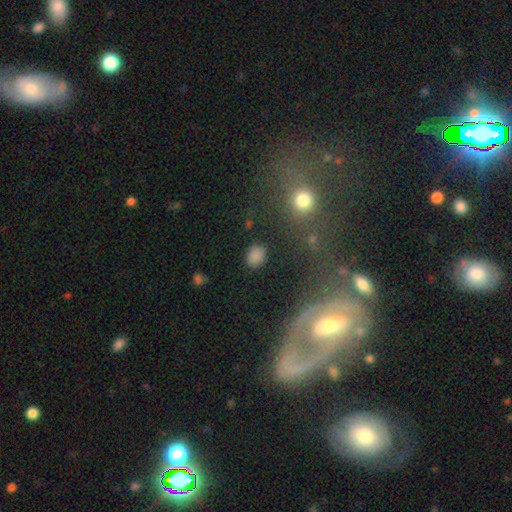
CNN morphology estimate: Smooth or featured? Predicted: smooth (p=0.82). How rounded? Predicted: in between (p=0.56). Merging? Predicted: none (p=0.84).